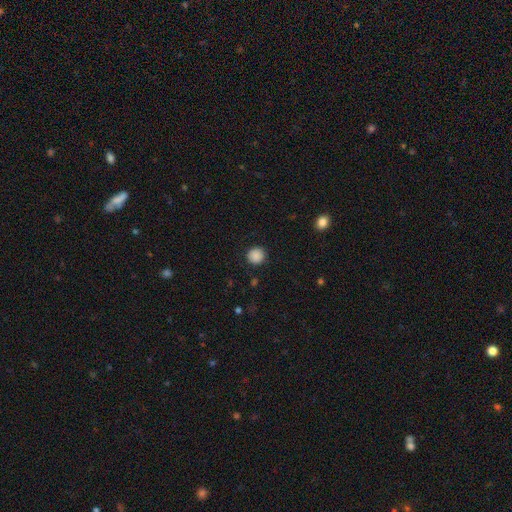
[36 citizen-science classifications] A smooth galaxy with no disk features (97%) that is round (97%).

Vote fractions:
- Smooth or featured? smooth: 97% / star or artifact: 3% / featured or disk: 0%
- How rounded? round: 97% / in between: 3% / cigar-shaped: 0%
- Merging? none: 91% / minor disturbance: 6% / merger: 3% / major disturbance: 0%